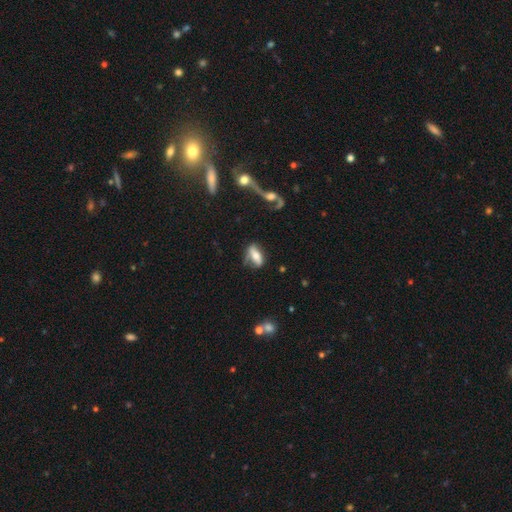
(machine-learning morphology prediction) A smooth galaxy with no disk features (53%) that is in between round and cigar-shaped (76%).

Vote fractions:
- Smooth or featured? smooth: 53% / featured or disk: 39% / star or artifact: 8%
- How rounded? in between: 76% / cigar-shaped: 18% / round: 5%
- Merging? none: 53% / minor disturbance: 27% / major disturbance: 15% / merger: 5%